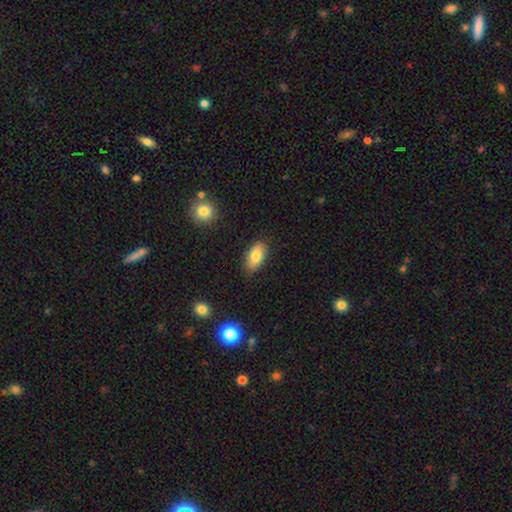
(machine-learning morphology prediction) A smooth galaxy with no disk features (82%) that is in between round and cigar-shaped (93%).

Vote fractions:
- Smooth or featured? smooth: 82% / featured or disk: 11% / star or artifact: 7%
- How rounded? in between: 93% / cigar-shaped: 4% / round: 4%
- Merging? none: 83% / minor disturbance: 13% / major disturbance: 2% / merger: 2%